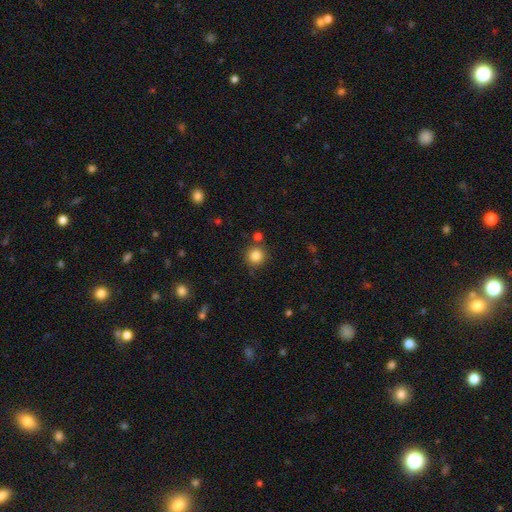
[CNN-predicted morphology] type=smooth (84%); roundness=round (94%); merging=none (81%).